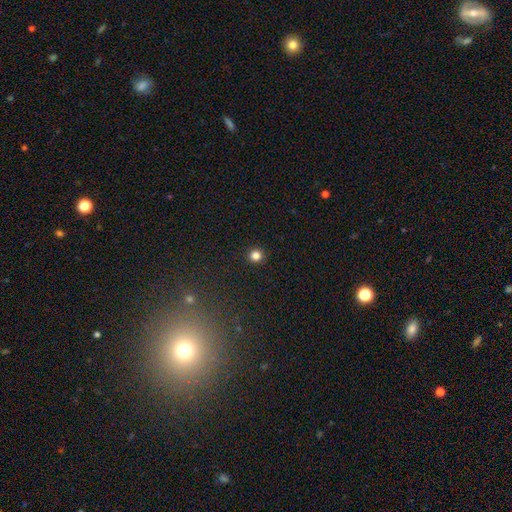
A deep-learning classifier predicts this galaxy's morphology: This is clearly a smooth galaxy (82%). How rounded: clearly round (95%). Merging: clearly none (93%).